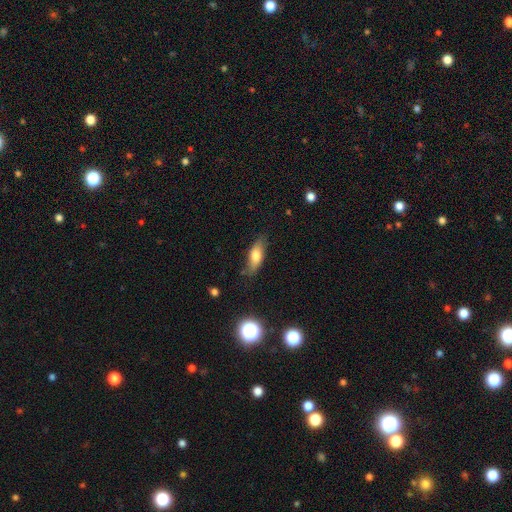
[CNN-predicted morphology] This is likely a smooth galaxy (68%). How rounded: likely in between (67%). Merging: likely none (74%).